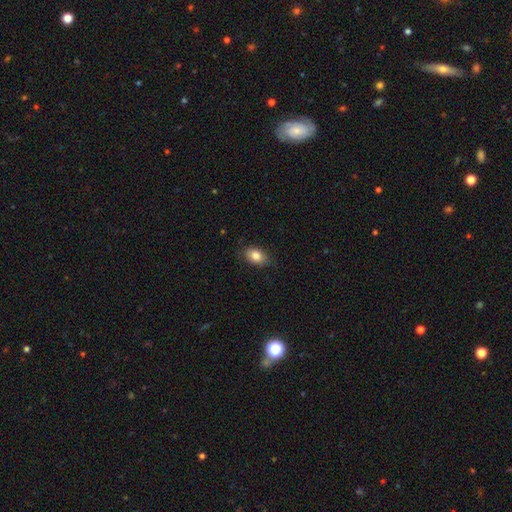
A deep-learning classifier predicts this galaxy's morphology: This is clearly a smooth galaxy (83%). How rounded: clearly in between (83%). Merging: clearly none (81%).